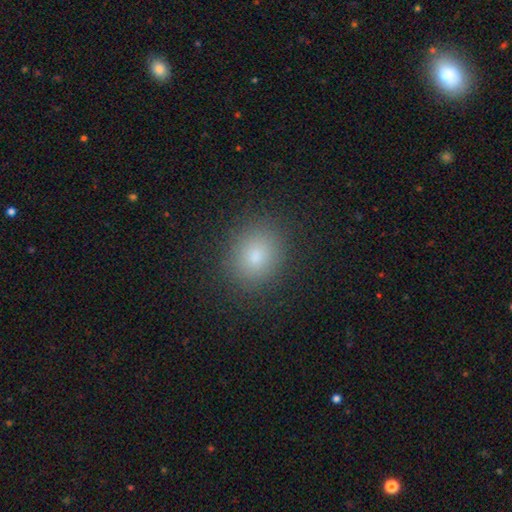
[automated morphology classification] type=smooth (80%); roundness=round (63%); merging=none (88%).